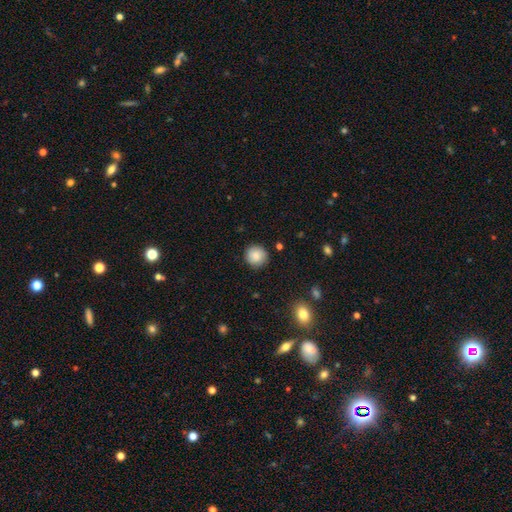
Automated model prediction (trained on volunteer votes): smooth_or_featured: smooth (p=0.85) [alt: star or artifact p=0.08]
how_rounded: round (p=0.94) [alt: in between p=0.05]
merging: none (p=0.89) [alt: minor disturbance p=0.08]